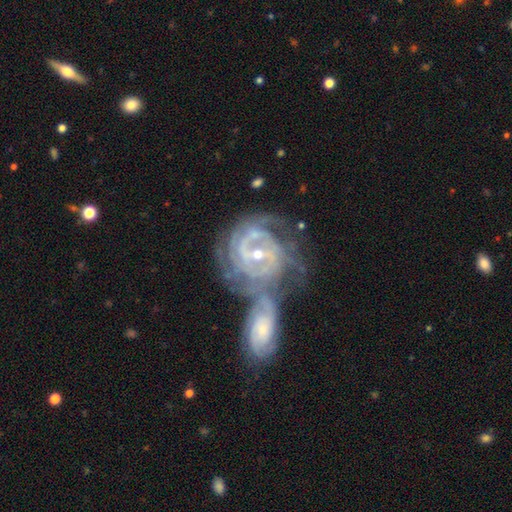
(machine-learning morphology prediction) smooth-or-featured: featured or disk: 90% | star or artifact: 5% | smooth: 5%
  disk-edge-on: no: 97% | yes: 3%
    bar: weak: 41% | no: 37% | strong: 22%
    has-spiral-arms: yes: 97% | no: 3%
      spiral-winding: tight: 73% | medium: 22% | loose: 5%
      spiral-arm-count: can't tell: 30% | 2: 26% | 3: 22% | 4: 10% | more than 4: 6% | 1: 6%
    bulge-size: small: 56% | moderate: 41% | large: 1% | none: 1% | dominant: 1%
  merging: merger: 60% | none: 23% | minor disturbance: 10% | major disturbance: 7%